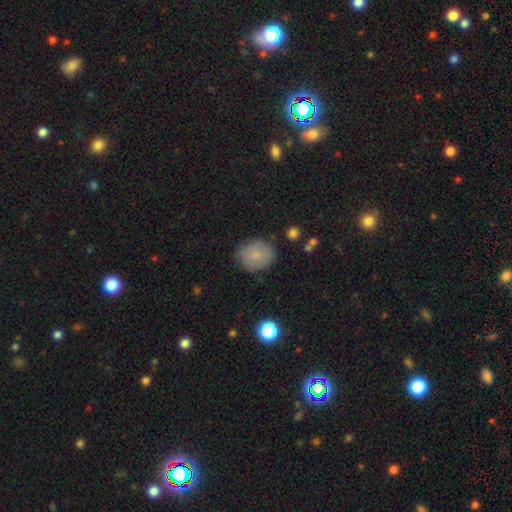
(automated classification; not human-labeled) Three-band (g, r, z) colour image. It shows a smooth galaxy with no disk features (80%) that is round (59%). Merging: none (78%).